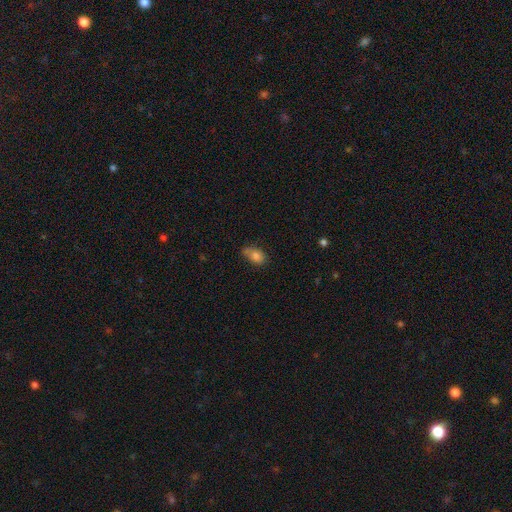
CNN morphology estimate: The model was most divided on "merging": none: 53%, minor disturbance: 29%, merger: 11%, major disturbance: 7%. More confident: how rounded — in between (81%); smooth or featured — smooth (80%).